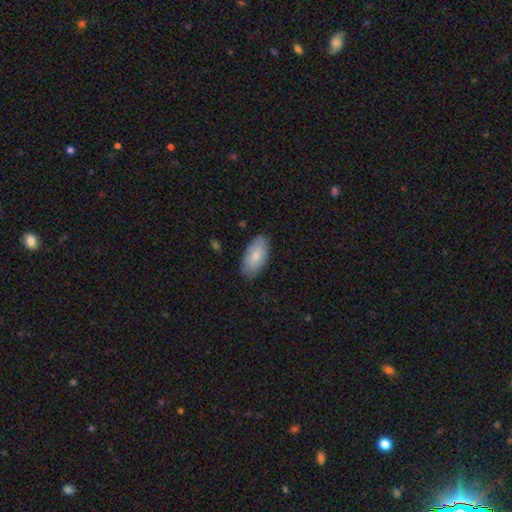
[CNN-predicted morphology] smooth-or-featured: smooth: 78% | featured or disk: 16% | star or artifact: 6%
  how-rounded: in between: 93% | cigar-shaped: 5% | round: 2%
  merging: none: 83% | minor disturbance: 13% | major disturbance: 2% | merger: 1%